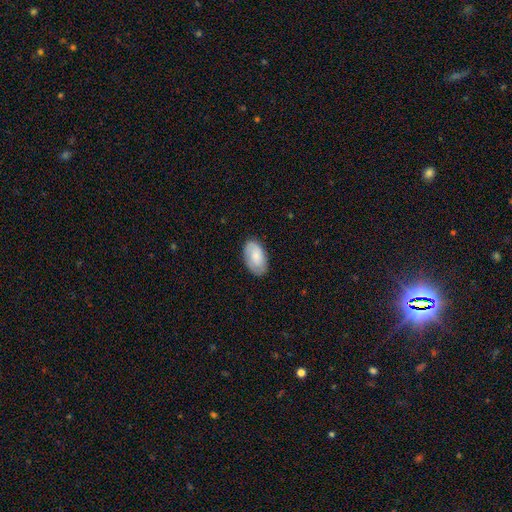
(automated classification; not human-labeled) The model was most divided on "smooth or featured": smooth: 73%, featured or disk: 21%, star or artifact: 6%. More confident: how rounded — in between (94%); merging — none (82%).